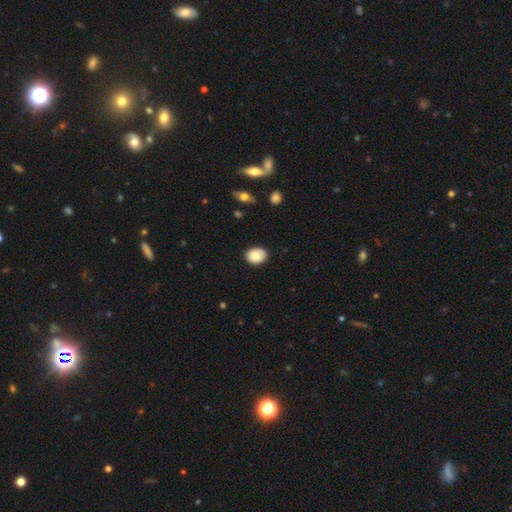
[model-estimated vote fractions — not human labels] smooth-or-featured: smooth: 83% | featured or disk: 9% | star or artifact: 8%
  how-rounded: in between: 56% | round: 43% | cigar-shaped: 1%
  merging: none: 82% | minor disturbance: 14% | major disturbance: 3% | merger: 1%